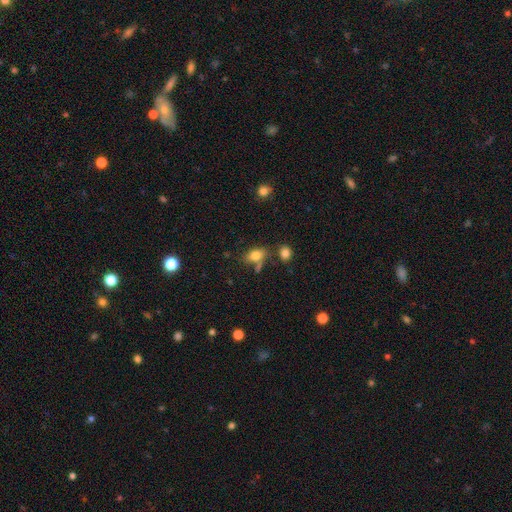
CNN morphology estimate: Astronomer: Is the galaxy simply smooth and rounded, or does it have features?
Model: smooth — 78%.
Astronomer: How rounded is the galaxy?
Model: in between — 84%.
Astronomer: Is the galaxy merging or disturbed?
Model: none — 60%.